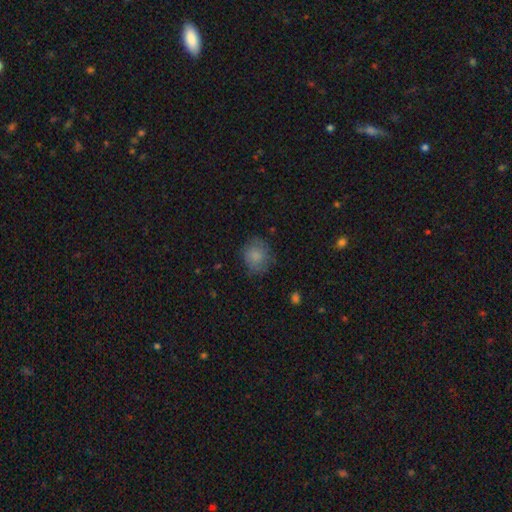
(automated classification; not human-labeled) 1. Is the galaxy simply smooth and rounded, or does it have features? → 81% smooth, 10% featured or disk, 9% star or artifact.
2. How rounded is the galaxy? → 82% round, 17% in between, 1% cigar-shaped.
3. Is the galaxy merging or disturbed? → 72% none, 20% minor disturbance, 7% major disturbance, 1% merger.